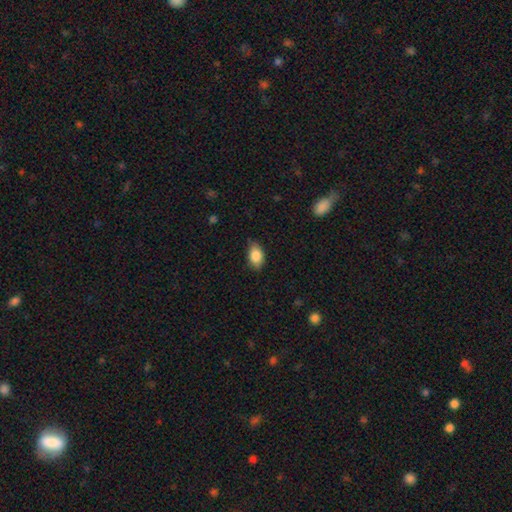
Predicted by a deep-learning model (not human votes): This appears to be a smooth galaxy with no disk features (84%) that is in between round and cigar-shaped (88%). Merging: none (75%).